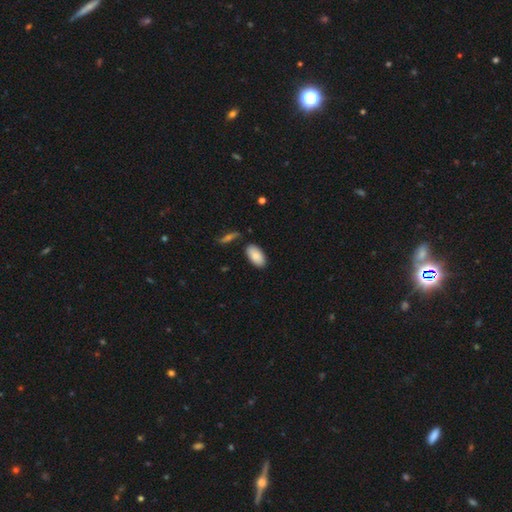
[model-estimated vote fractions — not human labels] smooth 87%, featured or disk 7%, star or artifact 6%. Down the decision tree: how rounded — in between (94%); merging — none (83%).